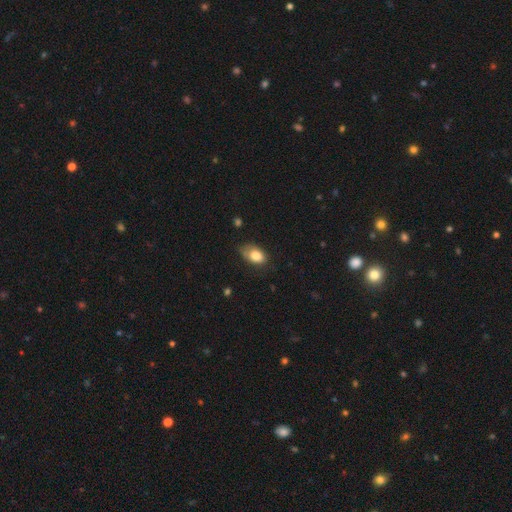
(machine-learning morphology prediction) This is clearly a smooth galaxy (82%). How rounded: clearly in between (88%). Merging: possibly none (55%).